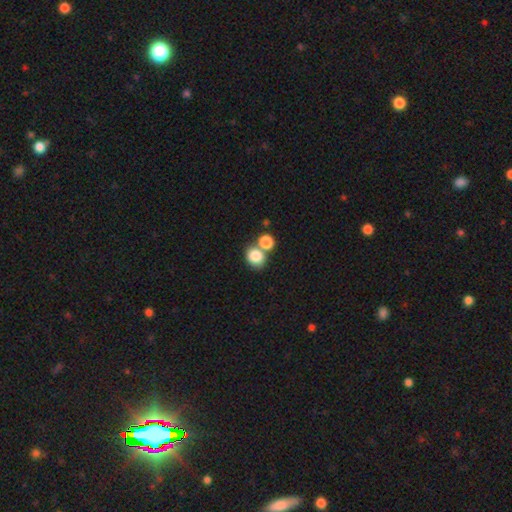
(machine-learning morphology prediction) This is clearly a smooth galaxy (83%). How rounded: likely round (70%). Merging: possibly none (46%).